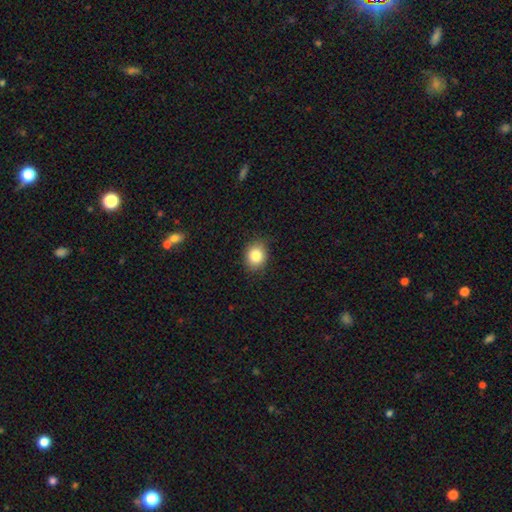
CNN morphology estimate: A smooth galaxy with no disk features (84%) that is round (56%).

Vote fractions:
- Smooth or featured? smooth: 84% / star or artifact: 10% / featured or disk: 7%
- How rounded? round: 56% / in between: 43% / cigar-shaped: 1%
- Merging? none: 86% / minor disturbance: 11% / major disturbance: 2% / merger: 1%